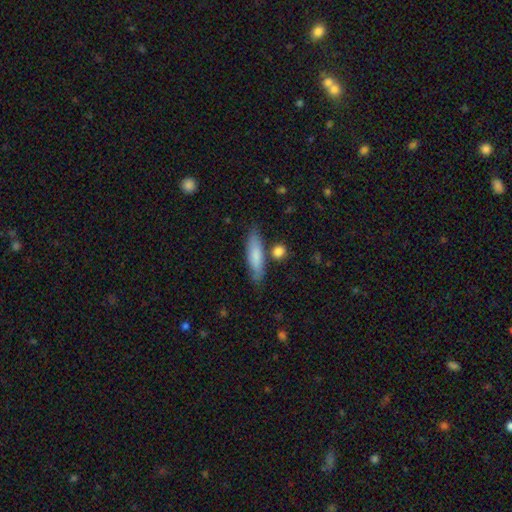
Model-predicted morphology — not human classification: Smooth or featured?
  - smooth: 77% *
  - featured or disk: 17%
  - star or artifact: 6%
How rounded?
  - cigar-shaped: 67% *
  - in between: 31%
  - round: 2%
Merging?
  - none: 76% *
  - minor disturbance: 14%
  - merger: 6%
  - major disturbance: 3%